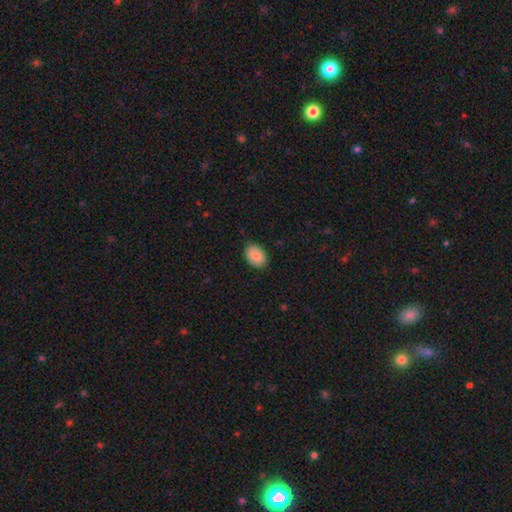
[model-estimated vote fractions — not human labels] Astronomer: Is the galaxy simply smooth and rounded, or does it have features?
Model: smooth — 87%.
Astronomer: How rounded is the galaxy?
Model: in between — 82%.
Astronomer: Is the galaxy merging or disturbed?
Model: none — 86%.